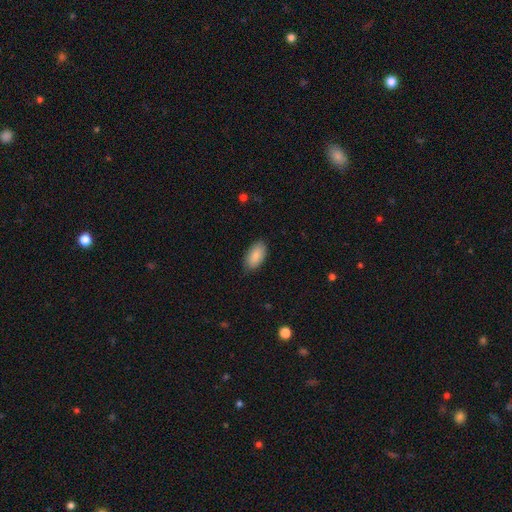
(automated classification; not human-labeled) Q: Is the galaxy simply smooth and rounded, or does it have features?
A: smooth — 86%.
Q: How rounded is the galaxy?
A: in between — 94%.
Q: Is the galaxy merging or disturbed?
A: none — 84%.